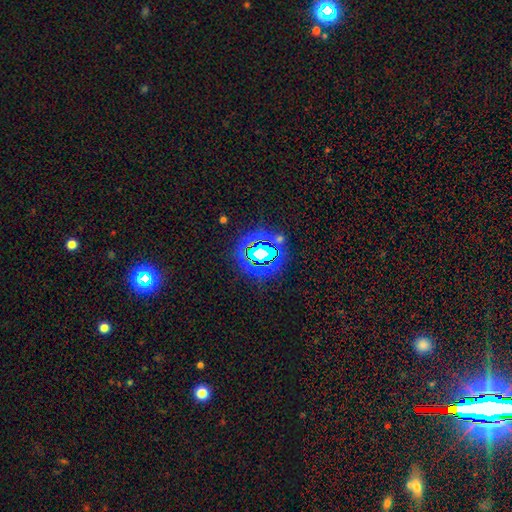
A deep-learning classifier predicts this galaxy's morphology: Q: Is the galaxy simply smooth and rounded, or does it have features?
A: star or artifact — 72%.